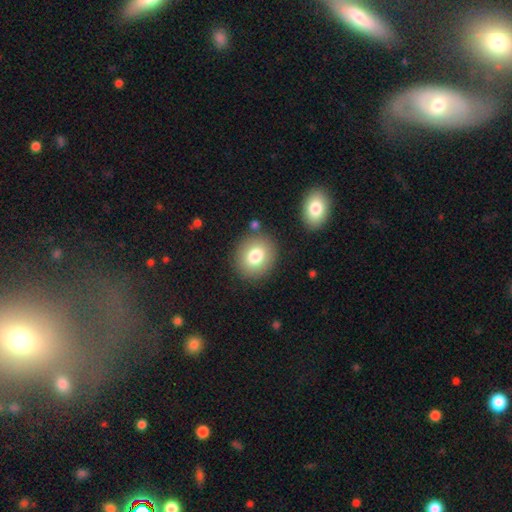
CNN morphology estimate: Smooth or featured? Predicted: smooth (p=0.78). How rounded? Predicted: round (p=0.68). Merging? Predicted: none (p=0.85).